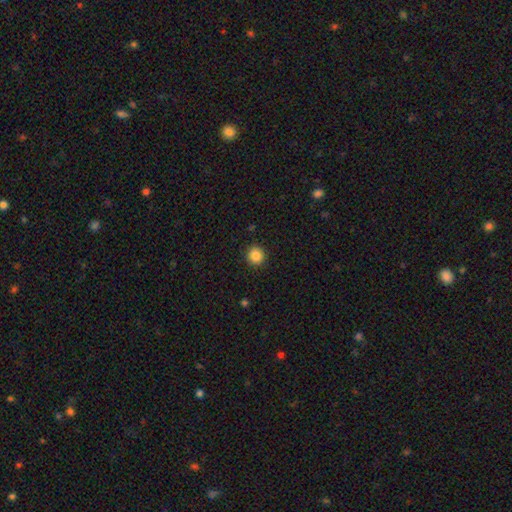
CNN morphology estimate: type=smooth (86%); roundness=round (93%); merging=none (92%).